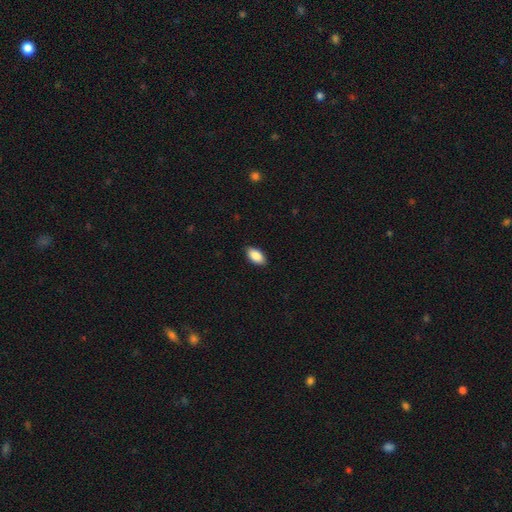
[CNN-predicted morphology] smooth_or_featured: smooth (p=0.89) [alt: star or artifact p=0.06]
how_rounded: in between (p=0.94) [alt: cigar-shaped p=0.03]
merging: none (p=0.88) [alt: minor disturbance p=0.09]